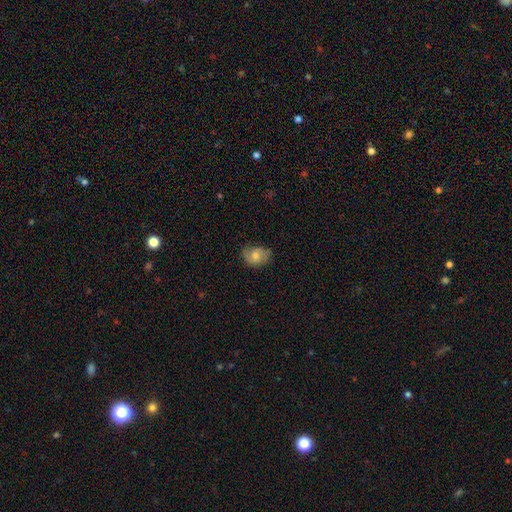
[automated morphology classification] This appears to be a smooth galaxy with no disk features (59%) that is in between round and cigar-shaped (66%). Merging: none (62%).